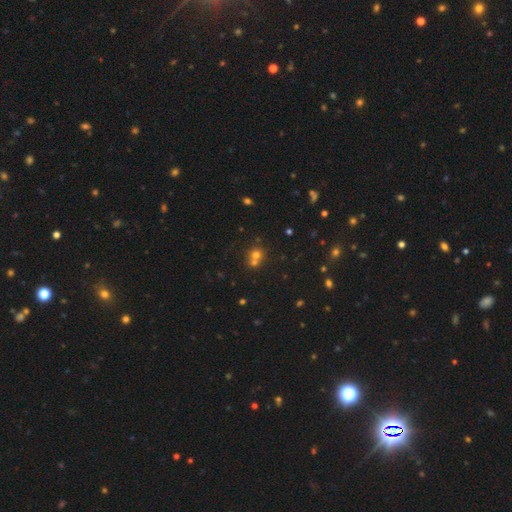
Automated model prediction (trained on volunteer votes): Smooth or featured?
  - smooth: 64% *
  - star or artifact: 23%
  - featured or disk: 13%
How rounded?
  - round: 86% *
  - in between: 13%
  - cigar-shaped: 1%
Merging?
  - none: 46% *
  - merger: 45%
  - minor disturbance: 6%
  - major disturbance: 3%